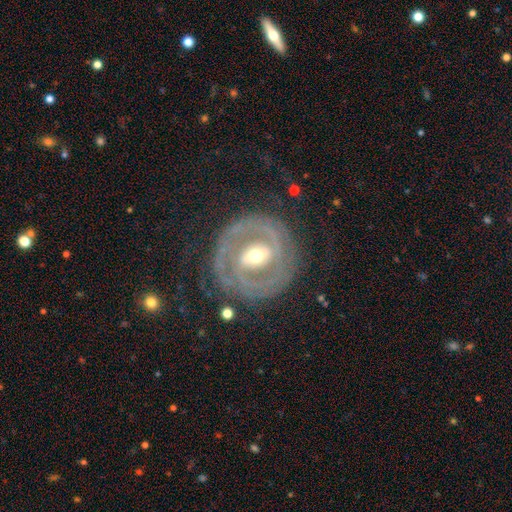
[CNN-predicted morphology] This appears to be a featured or disk galaxy (83%) with a strong bar (42%), 2 (69%) tight (66%) spiral arms (83%) and a moderate central bulge (60%). Merging: none (79%).